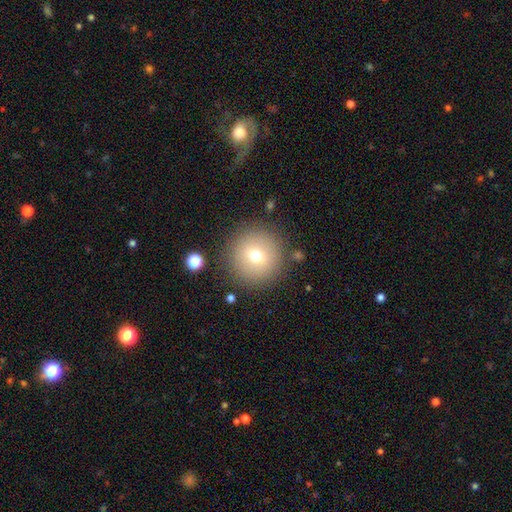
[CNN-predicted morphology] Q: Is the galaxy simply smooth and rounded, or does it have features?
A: smooth — 71%.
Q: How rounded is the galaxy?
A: round — 96%.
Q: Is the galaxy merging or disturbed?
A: none — 87%.